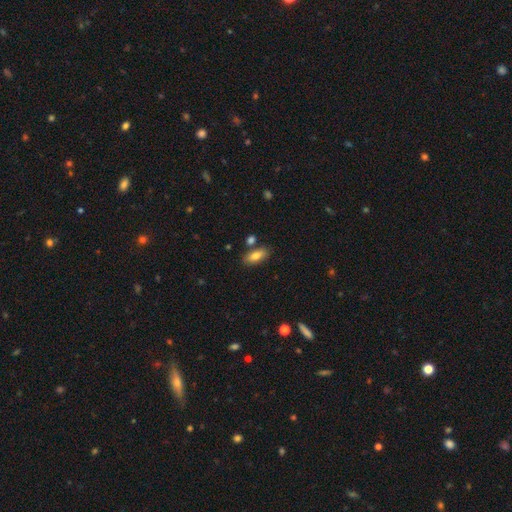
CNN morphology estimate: smooth_or_featured: smooth (p=0.78) [alt: featured or disk p=0.14]
how_rounded: in between (p=0.82) [alt: cigar-shaped p=0.15]
merging: none (p=0.78) [alt: minor disturbance p=0.12]